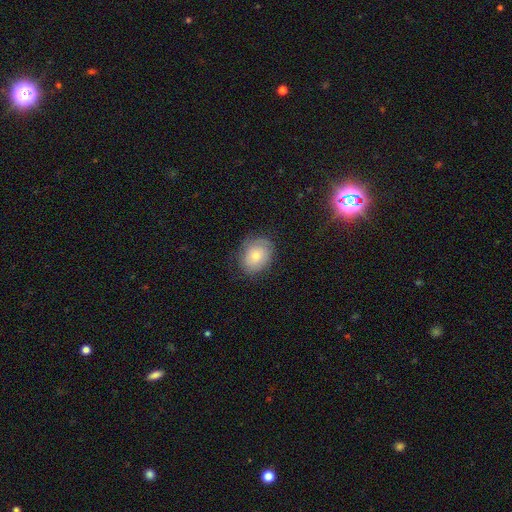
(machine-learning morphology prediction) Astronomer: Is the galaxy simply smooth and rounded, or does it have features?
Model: smooth — 69%.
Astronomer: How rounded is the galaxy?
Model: in between — 53% (runner-up: round, 46%).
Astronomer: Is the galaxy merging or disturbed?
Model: none — 74%.